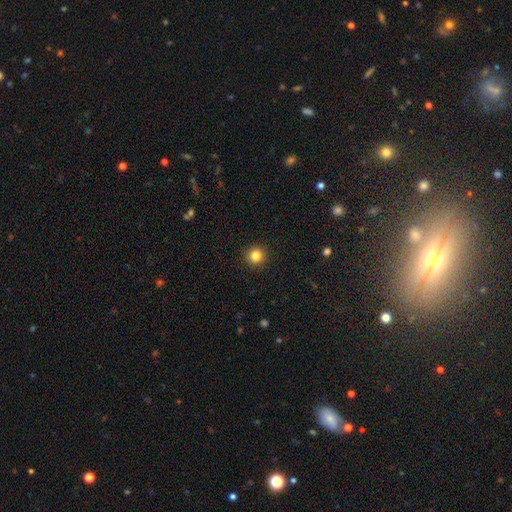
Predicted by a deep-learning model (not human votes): Overall: smooth (83%). How rounded: round (96%). Merging: none (93%).